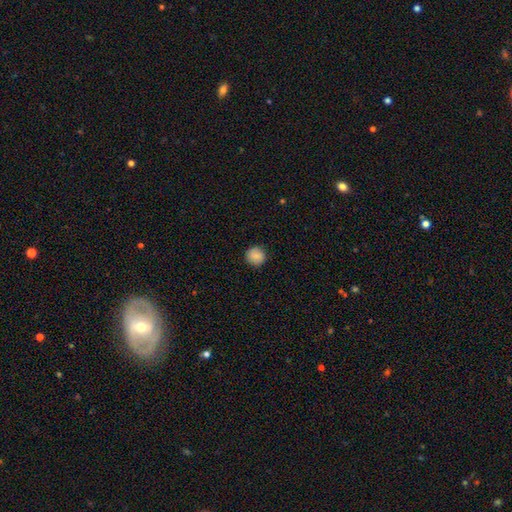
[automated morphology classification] smooth_or_featured: smooth (p=0.84) [alt: featured or disk p=0.08]
how_rounded: round (p=0.93) [alt: in between p=0.06]
merging: none (p=0.90) [alt: minor disturbance p=0.07]